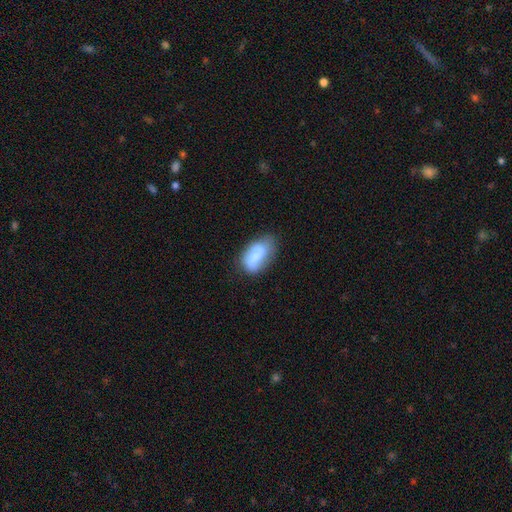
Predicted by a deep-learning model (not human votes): Smooth or featured? smooth (67%)
How rounded? in between (92%)
Merging? none (54%)